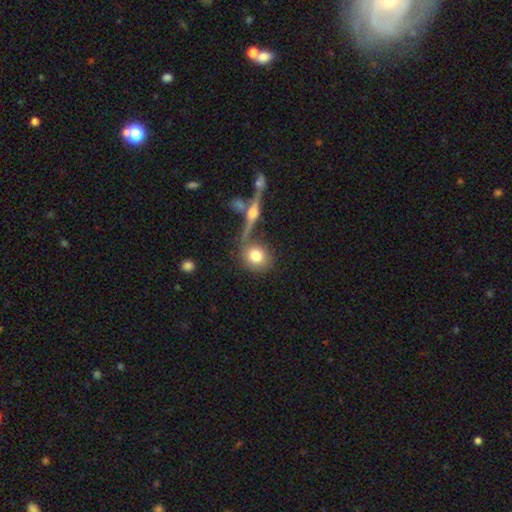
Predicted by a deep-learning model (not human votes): Morphology: type=smooth (74%); roundness=round (81%); merging=none (68%).